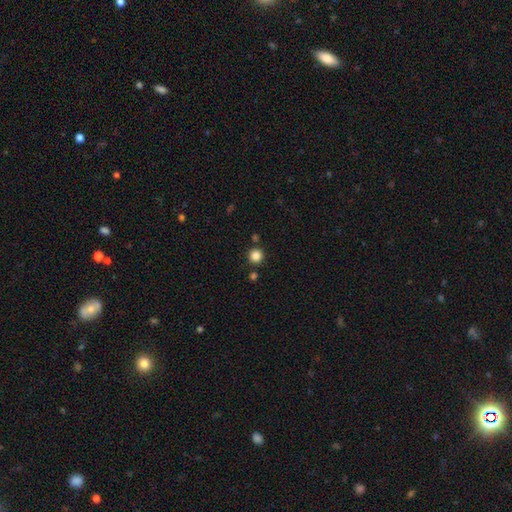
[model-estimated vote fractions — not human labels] smooth-or-featured: smooth: 84% | star or artifact: 12% | featured or disk: 4%
  how-rounded: round: 95% | in between: 4% | cigar-shaped: 1%
  merging: none: 87% | minor disturbance: 6% | merger: 5% | major disturbance: 2%